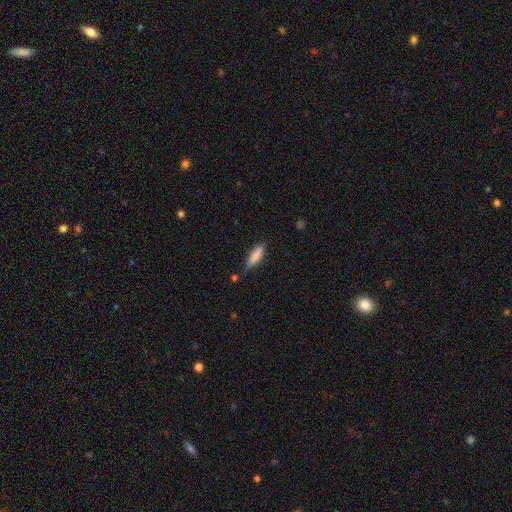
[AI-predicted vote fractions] This appears to be a smooth galaxy with no disk features (81%) that is cigar-shaped (55%). Merging: none (72%).